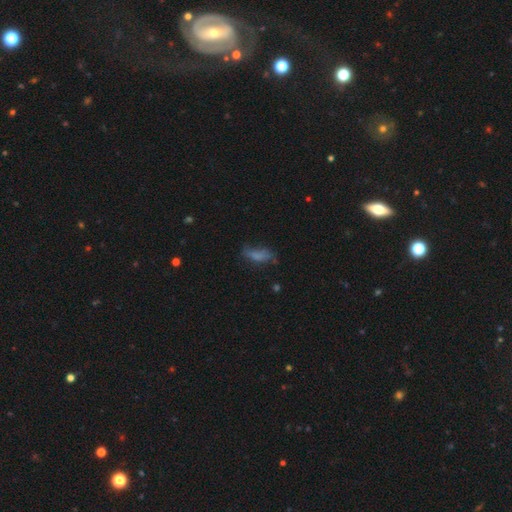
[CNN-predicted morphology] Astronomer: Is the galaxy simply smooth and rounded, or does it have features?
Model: smooth — 54%.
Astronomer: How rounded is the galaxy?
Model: in between — 63%.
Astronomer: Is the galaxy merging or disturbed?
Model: none — 56%.